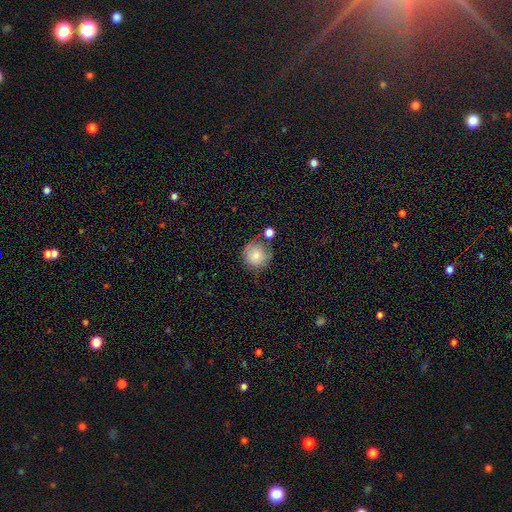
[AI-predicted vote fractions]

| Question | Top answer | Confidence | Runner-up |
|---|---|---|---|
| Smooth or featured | smooth | 76% | featured or disk (16%) |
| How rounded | round | 90% | in between (9%) |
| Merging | none | 56% | minor disturbance (23%) |